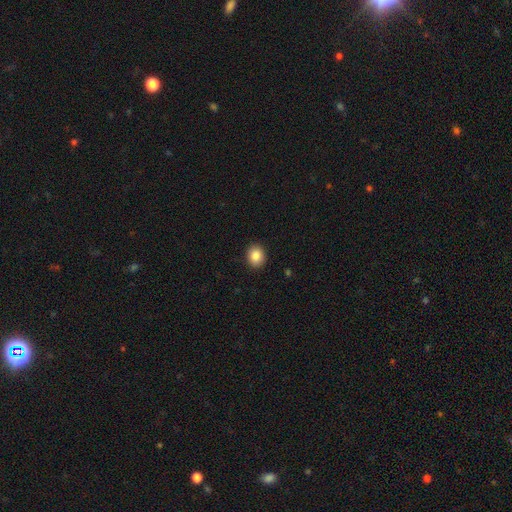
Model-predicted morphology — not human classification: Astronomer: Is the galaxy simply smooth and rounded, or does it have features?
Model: smooth — 87%.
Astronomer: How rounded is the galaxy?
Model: round — 55% (runner-up: in between, 44%).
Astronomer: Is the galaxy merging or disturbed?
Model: none — 91%.